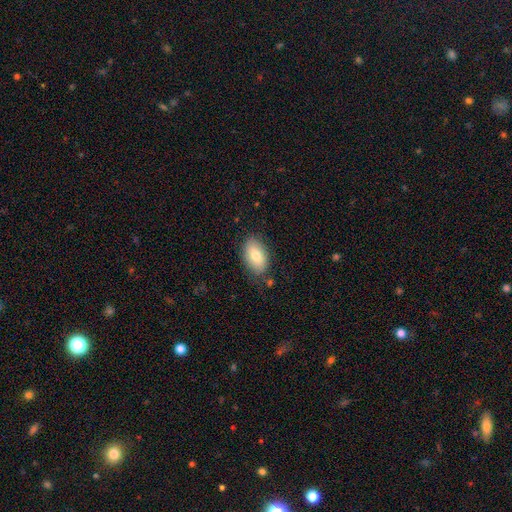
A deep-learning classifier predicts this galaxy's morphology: smooth-or-featured: smooth: 78% | featured or disk: 15% | star or artifact: 7%
  how-rounded: in between: 92% | round: 6% | cigar-shaped: 2%
  merging: none: 79% | minor disturbance: 15% | major disturbance: 4% | merger: 2%